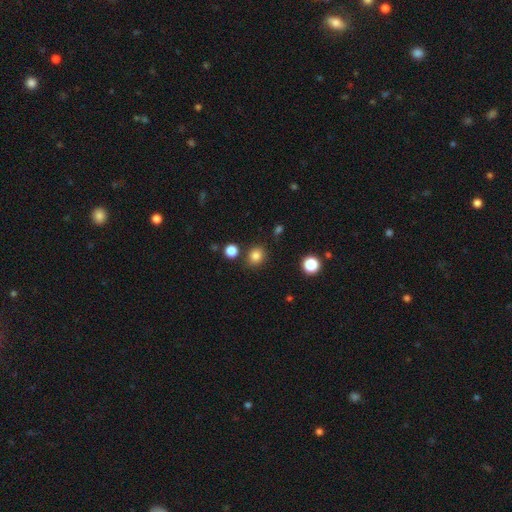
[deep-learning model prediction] Q: Smooth or featured?
A: smooth (83%); runner-up: star or artifact (13%)
Q: How rounded?
A: round (79%); runner-up: in between (20%)
Q: Merging?
A: none (84%); runner-up: minor disturbance (9%)